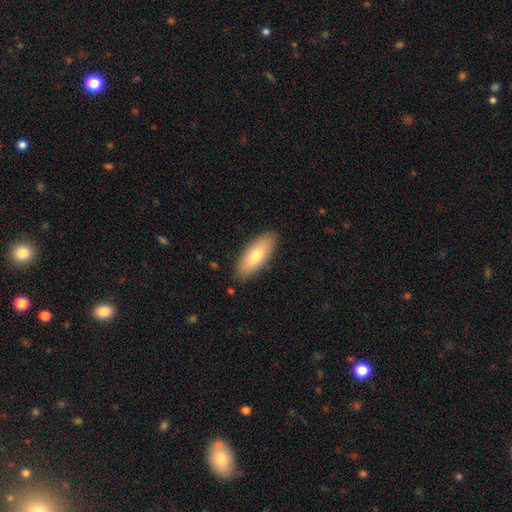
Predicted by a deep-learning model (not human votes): smooth_or_featured: smooth (p=0.71) [alt: featured or disk p=0.23]
how_rounded: in between (p=0.74) [alt: cigar-shaped p=0.24]
merging: none (p=0.86) [alt: minor disturbance p=0.10]